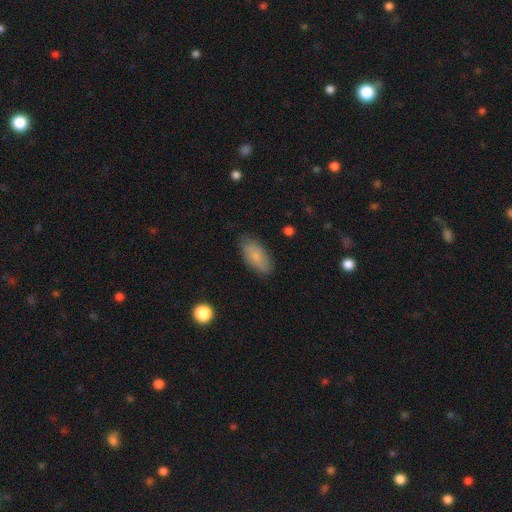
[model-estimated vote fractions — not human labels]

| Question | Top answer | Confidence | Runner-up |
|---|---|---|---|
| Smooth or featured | smooth | 81% | featured or disk (12%) |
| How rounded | in between | 90% | cigar-shaped (7%) |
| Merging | none | 81% | minor disturbance (15%) |